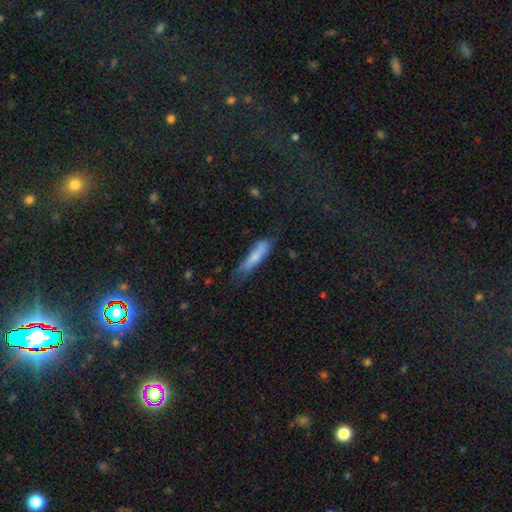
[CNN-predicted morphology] Smooth or featured: smooth — 72% (featured or disk — 21%)
How rounded: cigar-shaped — 78% (in between — 20%)
Merging: none — 56% (minor disturbance — 30%)